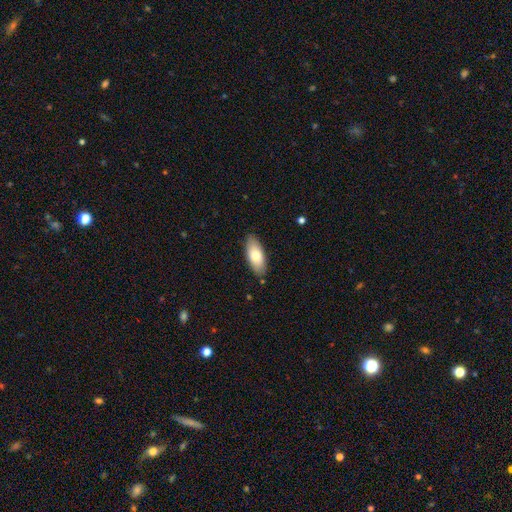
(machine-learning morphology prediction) The model was most divided on "smooth or featured": smooth: 78%, featured or disk: 16%, star or artifact: 6%. More confident: merging — none (87%); how rounded — in between (85%).